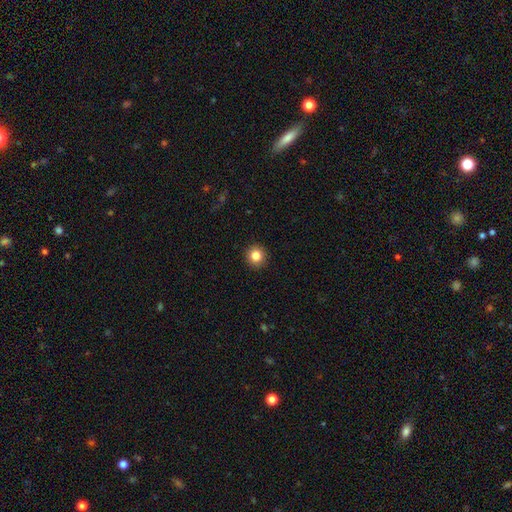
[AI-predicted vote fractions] Morphology: type=smooth (84%); roundness=round (93%); merging=none (93%).